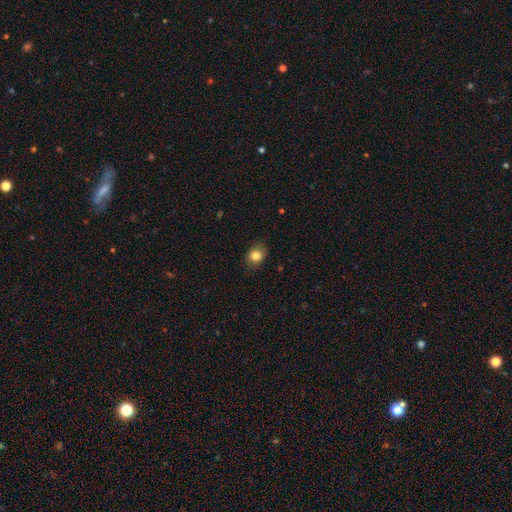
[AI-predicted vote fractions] Overall: smooth (83%). How rounded: round (50%; in between 49%). Merging: none (82%).